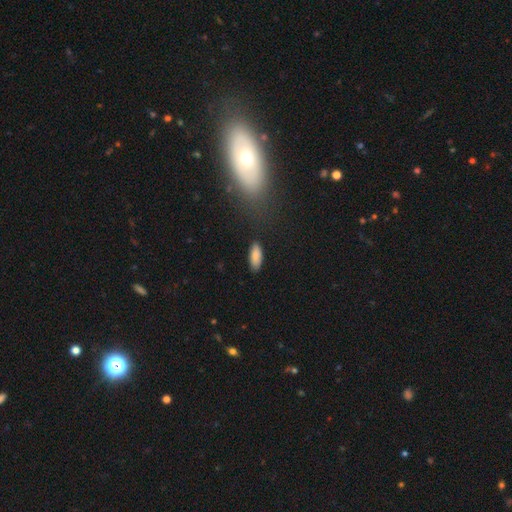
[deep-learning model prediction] A smooth galaxy with no disk features (87%) that is in between round and cigar-shaped (81%). Merging: none (86%).